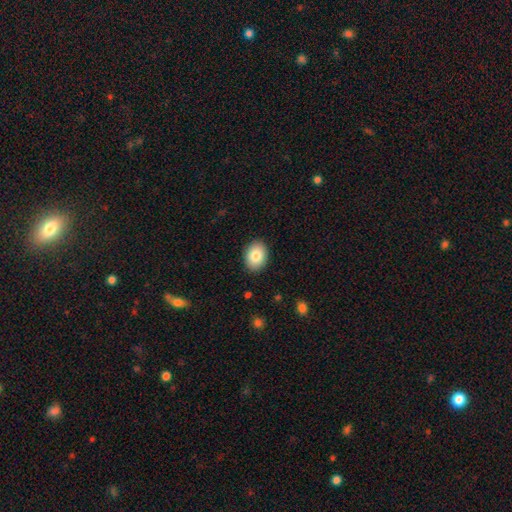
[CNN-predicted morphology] smooth_or_featured: smooth (p=0.83) [alt: featured or disk p=0.09]
how_rounded: in between (p=0.68) [alt: round p=0.31]
merging: none (p=0.89) [alt: minor disturbance p=0.08]